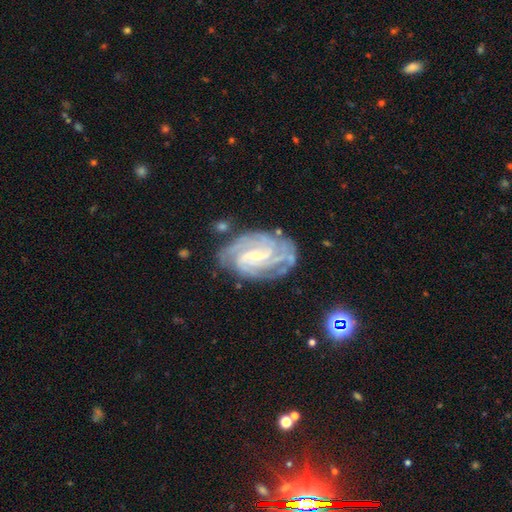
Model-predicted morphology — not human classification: A featured or disk galaxy (89%) with a weak bar (50%), 3 (27%) tight (58%) spiral arms (97%) and a small central bulge (67%). Merging: none (70%).